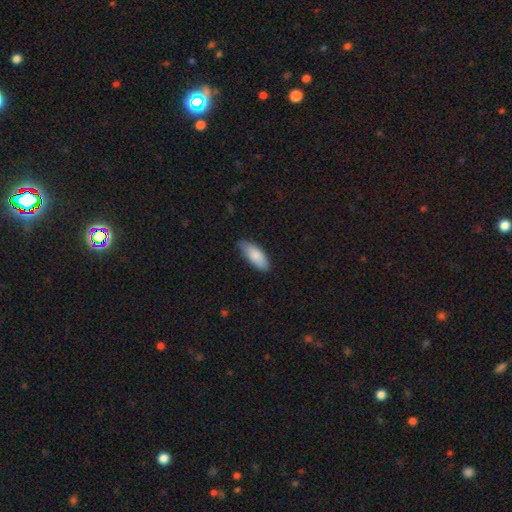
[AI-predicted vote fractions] Smooth or featured? Predicted: smooth (p=0.86). How rounded? Predicted: in between (p=0.80). Merging? Predicted: none (p=0.72).